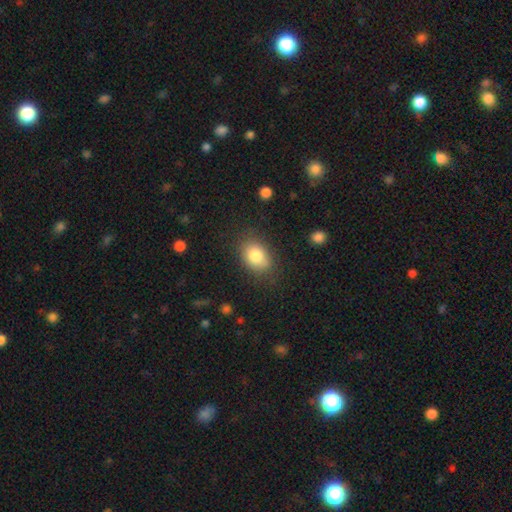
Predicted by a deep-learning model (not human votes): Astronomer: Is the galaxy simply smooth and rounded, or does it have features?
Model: smooth — 83%.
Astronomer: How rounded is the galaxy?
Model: in between — 70%.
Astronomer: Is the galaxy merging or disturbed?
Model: none — 79%.